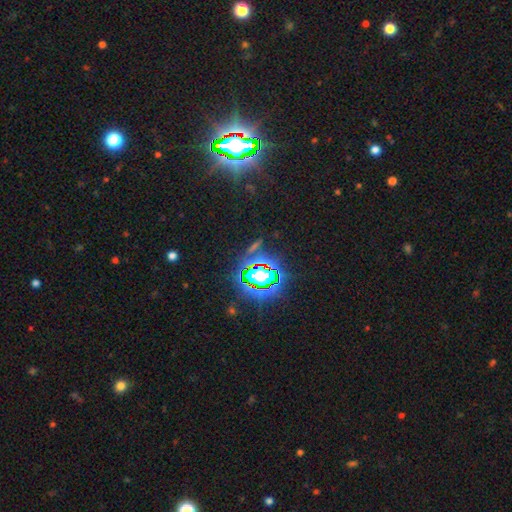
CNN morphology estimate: Overall: star or artifact (84%).